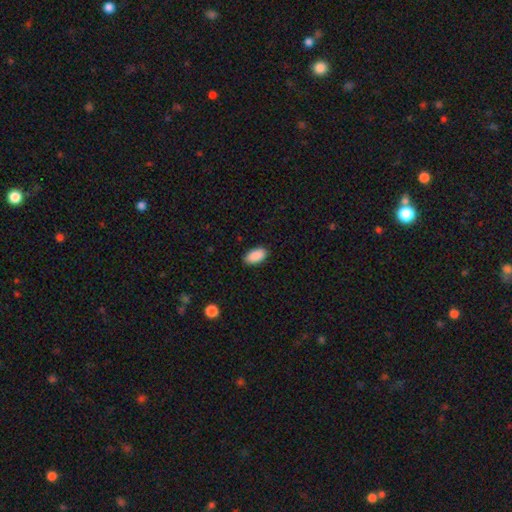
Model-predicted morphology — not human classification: Smooth or featured? Predicted: smooth (p=0.91). How rounded? Predicted: in between (p=0.95). Merging? Predicted: none (p=0.88).